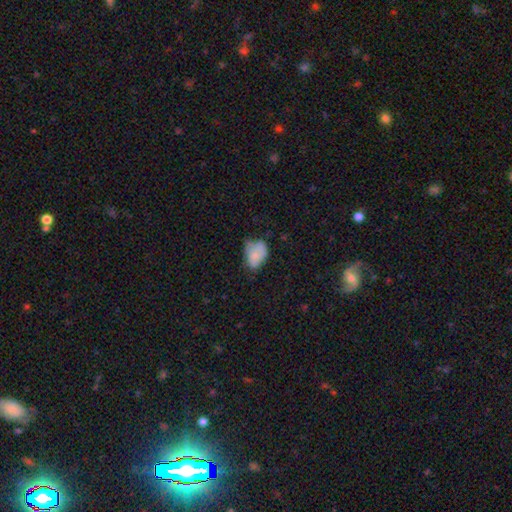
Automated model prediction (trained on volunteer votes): This is likely a smooth galaxy (72%). How rounded: clearly in between (81%). Merging: marginally minor disturbance (38%).